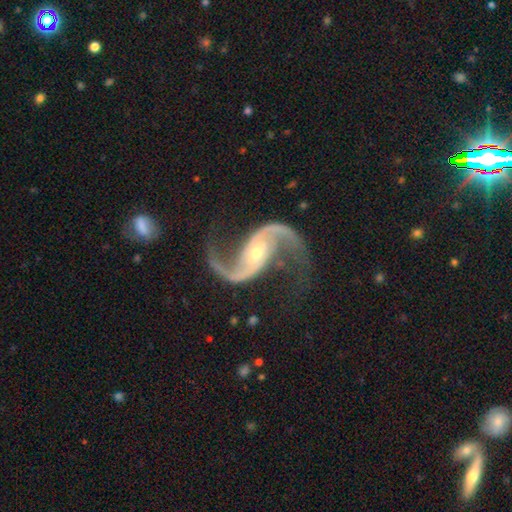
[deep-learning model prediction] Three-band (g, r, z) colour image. It shows a featured or disk galaxy (94%) with no bar (45%), 2 (95%) loose (64%) spiral arms (98%) and a small central bulge (64%). Merging: none (77%).